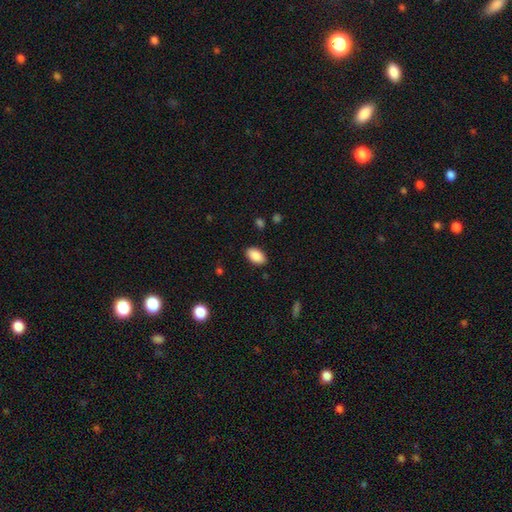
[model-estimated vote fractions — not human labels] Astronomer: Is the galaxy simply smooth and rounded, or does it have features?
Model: smooth — 88%.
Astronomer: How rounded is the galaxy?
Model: in between — 94%.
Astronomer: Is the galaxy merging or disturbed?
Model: none — 87%.